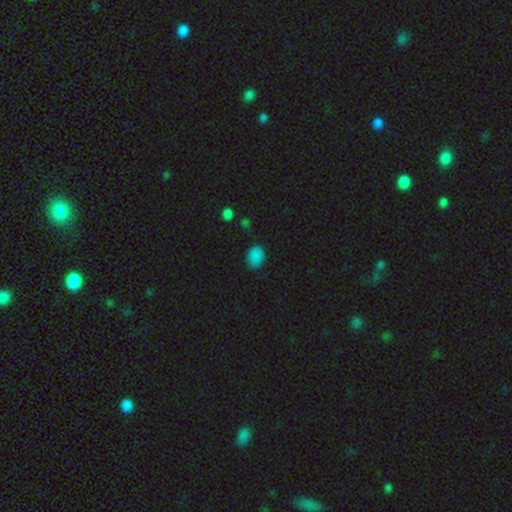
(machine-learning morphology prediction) A smooth galaxy with no disk features (83%) that is in between round and cigar-shaped (71%). Merging: none (77%).